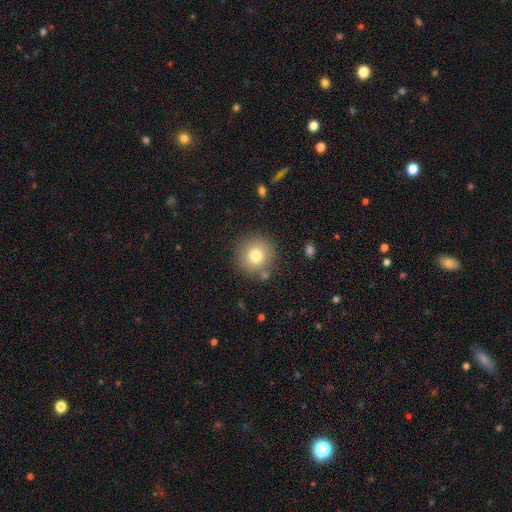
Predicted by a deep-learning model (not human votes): This appears to be a smooth galaxy with no disk features (78%) that is round (93%). Merging: none (84%).